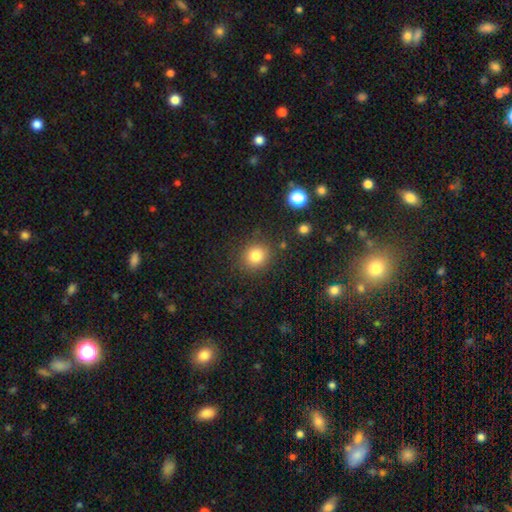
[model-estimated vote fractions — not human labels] Smooth or featured? Predicted: smooth (p=0.82). How rounded? Predicted: round (p=0.81). Merging? Predicted: none (p=0.85).